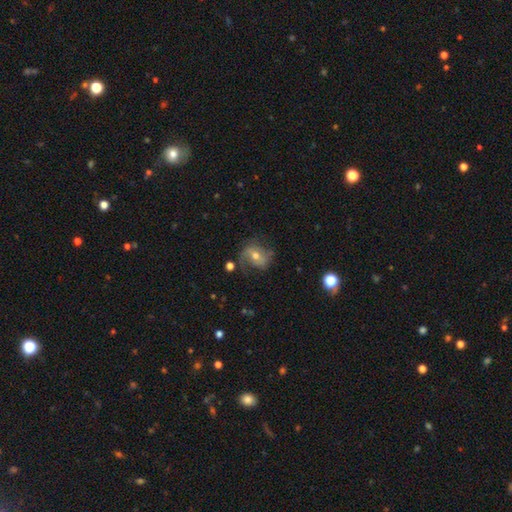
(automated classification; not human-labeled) A featured or disk galaxy (64%) with no bar (45%), 2 (76%) medium (41%) spiral arms (85%) and a moderate central bulge (64%).

Vote fractions:
- Smooth or featured? featured or disk: 64% / smooth: 24% / star or artifact: 11%
- Edge-on disk? no: 96% / yes: 4%
- Bar? no: 45% / weak: 37% / strong: 17%
- Spiral arms? yes: 85% / no: 15%
- Spiral winding? medium: 41% / loose: 40% / tight: 19%
- Spiral arm count? 2: 76% / can't tell: 11% / 1: 7% / 3: 3% / 4: 1% / more than 4: 1%
- Bulge size? moderate: 64% / small: 30% / large: 4% / none: 1% / dominant: 1%
- Merging? none: 64% / minor disturbance: 21% / major disturbance: 13% / merger: 3%